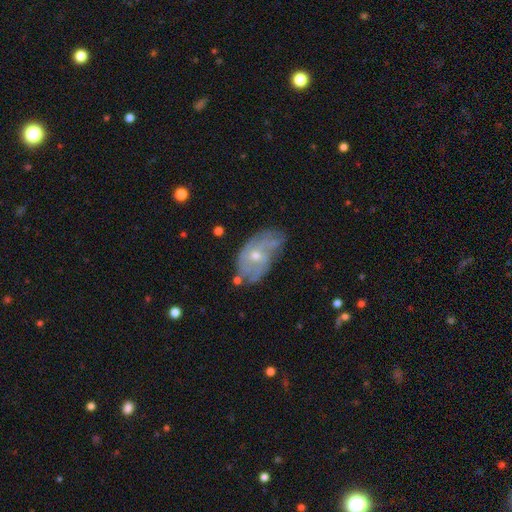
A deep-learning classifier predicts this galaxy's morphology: featured or disk 70%, smooth 22%, star or artifact 8%. Down the decision tree: edge-on disk — no (95%); bar — no (71%); spiral arms — yes (76%); spiral arm count — can't tell (45%); spiral winding — tight (42%); bulge size — small (56%); merging — none (50%).